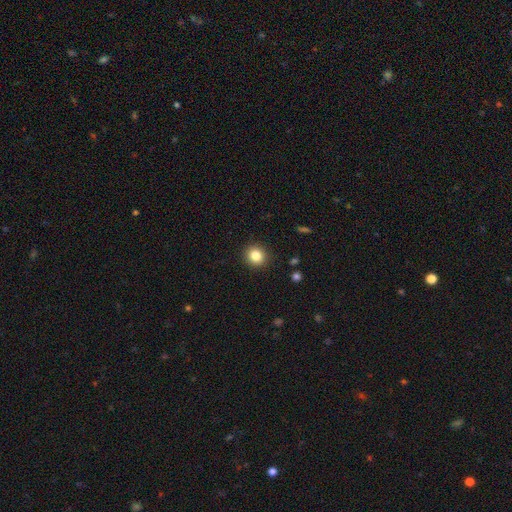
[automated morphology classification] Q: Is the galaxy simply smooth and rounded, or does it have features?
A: smooth — 84%.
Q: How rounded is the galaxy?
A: round — 87%.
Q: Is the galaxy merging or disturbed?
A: none — 91%.